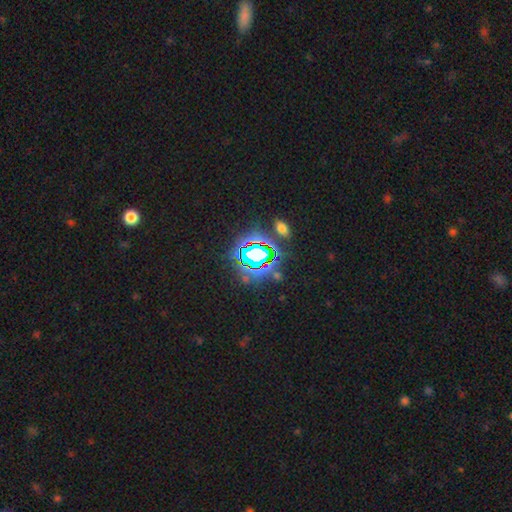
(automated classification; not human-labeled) Overall: star or artifact (74%).